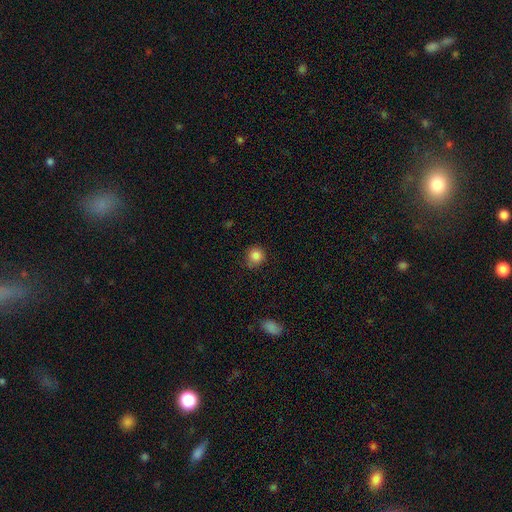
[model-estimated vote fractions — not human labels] Smooth or featured? Predicted: smooth (p=0.86). How rounded? Predicted: round (p=0.90). Merging? Predicted: none (p=0.82).